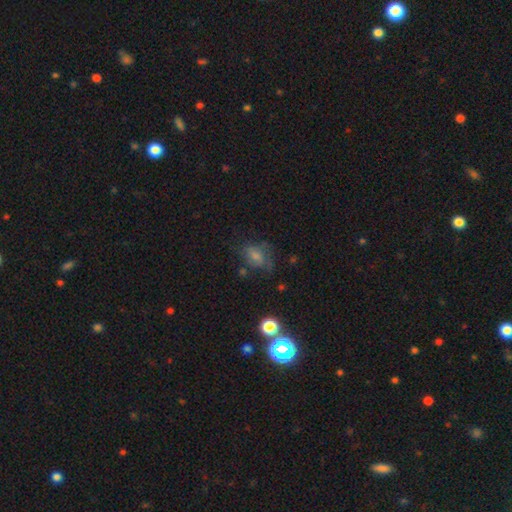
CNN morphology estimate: Smooth or featured?
  - smooth: 50% *
  - featured or disk: 25%
  - star or artifact: 25%
Merging?
  - none: 56% *
  - minor disturbance: 24%
  - major disturbance: 16%
  - merger: 4%